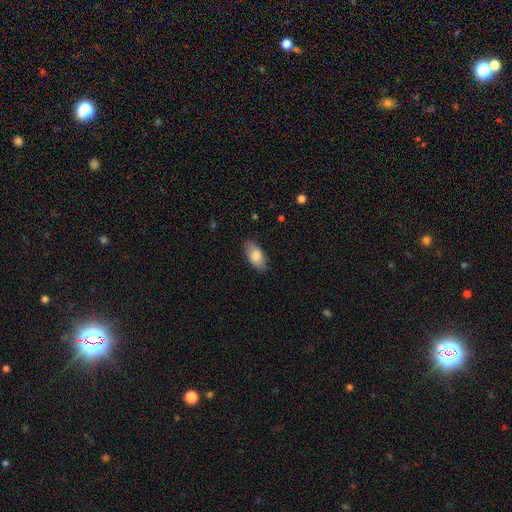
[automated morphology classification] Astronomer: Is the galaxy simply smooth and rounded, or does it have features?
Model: smooth — 80%.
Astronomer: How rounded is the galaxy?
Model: in between — 90%.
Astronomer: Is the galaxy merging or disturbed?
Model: none — 84%.